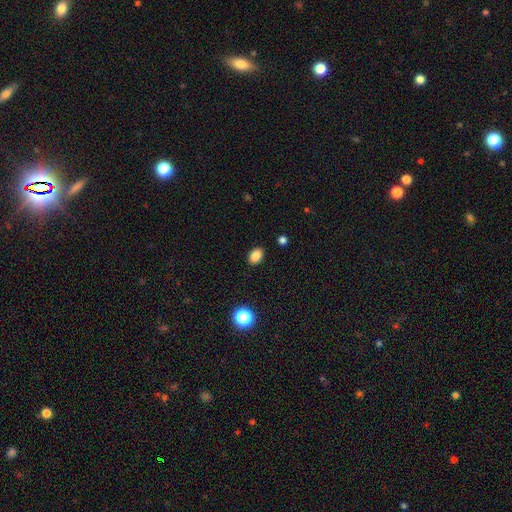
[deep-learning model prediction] Q: Smooth or featured?
A: smooth (85%); runner-up: star or artifact (10%)
Q: How rounded?
A: in between (78%); runner-up: round (21%)
Q: Merging?
A: none (89%); runner-up: minor disturbance (8%)